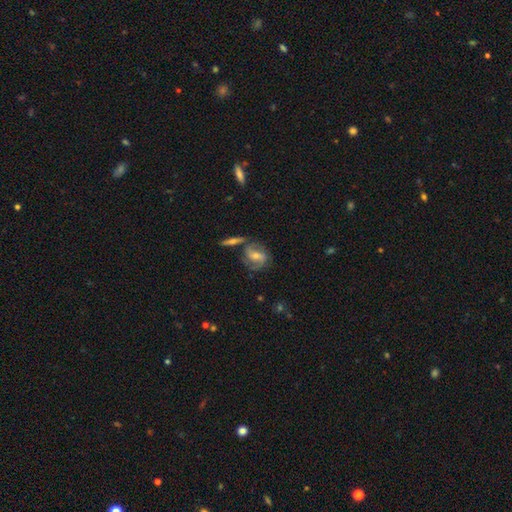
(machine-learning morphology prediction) Smooth or featured: featured or disk — 71% (smooth — 22%)
Edge-on disk: no — 94% (yes — 6%)
Bar: weak — 45% (no — 30%)
Spiral arms: yes — 89% (no — 11%)
Spiral winding: medium — 48% (tight — 32%)
Spiral arm count: 2 — 78% (can't tell — 11%)
Bulge size: moderate — 51% (small — 43%)
Merging: none — 59% (merger — 16%)